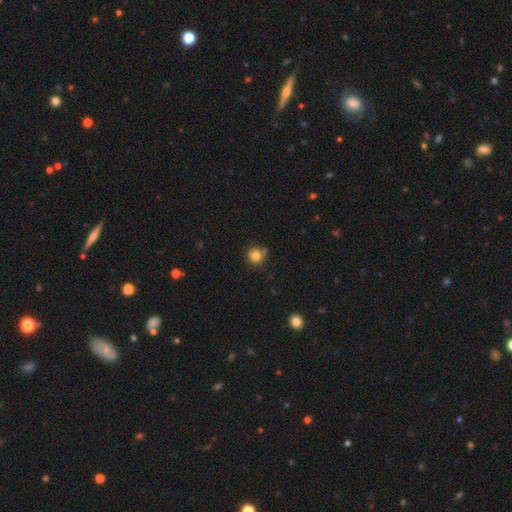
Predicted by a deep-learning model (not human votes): smooth-or-featured: smooth: 81% | star or artifact: 12% | featured or disk: 8%
  how-rounded: round: 93% | in between: 6% | cigar-shaped: 1%
  merging: none: 75% | minor disturbance: 14% | merger: 8% | major disturbance: 3%